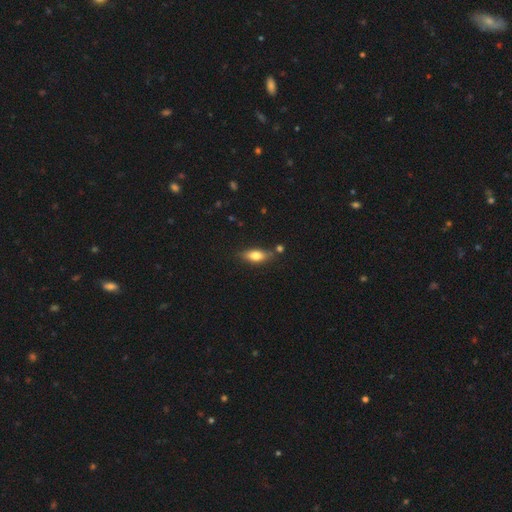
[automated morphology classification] Smooth or featured?
  - smooth: 73% *
  - featured or disk: 19%
  - star or artifact: 7%
How rounded?
  - in between: 77% *
  - cigar-shaped: 19%
  - round: 4%
Merging?
  - none: 71% *
  - minor disturbance: 17%
  - merger: 8%
  - major disturbance: 4%